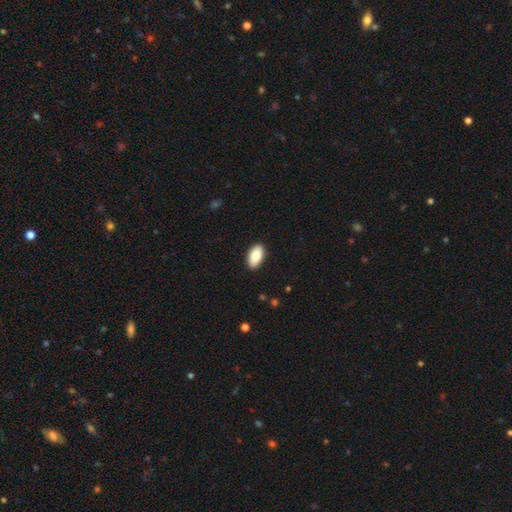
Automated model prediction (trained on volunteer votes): Q: Smooth or featured?
A: smooth (84%); runner-up: featured or disk (10%)
Q: How rounded?
A: in between (95%); runner-up: round (3%)
Q: Merging?
A: none (90%); runner-up: minor disturbance (7%)